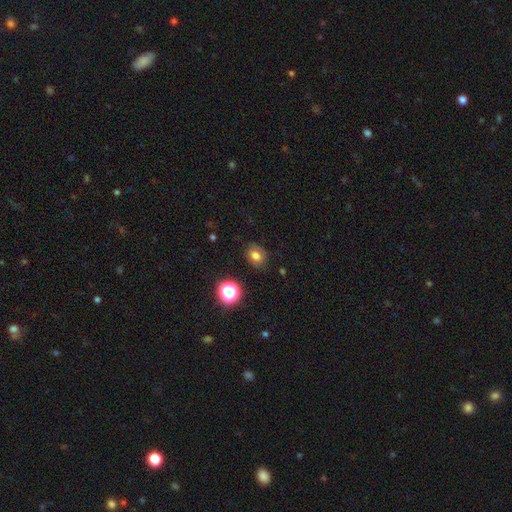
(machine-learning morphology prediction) smooth_or_featured: smooth (p=0.76) [alt: star or artifact p=0.15]
how_rounded: round (p=0.50) [alt: in between p=0.49]
merging: none (p=0.82) [alt: minor disturbance p=0.13]